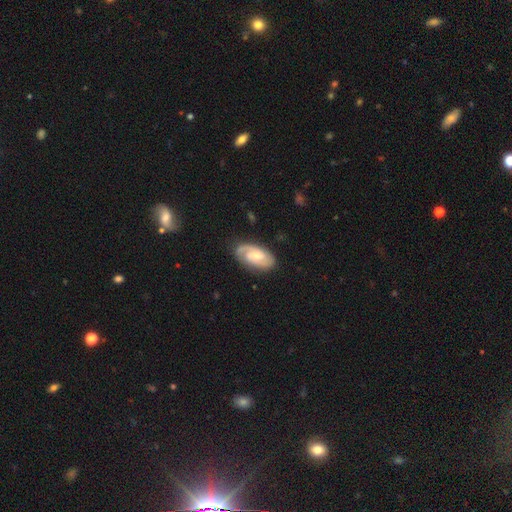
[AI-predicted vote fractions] A featured or disk galaxy (74%) with a weak bar (50%), 2 (64%) tight (47%) spiral arms (94%) and a moderate central bulge (46%).

Vote fractions:
- Smooth or featured? featured or disk: 74% / smooth: 21% / star or artifact: 5%
- Edge-on disk? no: 96% / yes: 4%
- Bar? weak: 50% / no: 38% / strong: 12%
- Spiral arms? yes: 94% / no: 6%
- Spiral winding? tight: 47% / medium: 39% / loose: 13%
- Spiral arm count? 2: 64% / 1: 18% / can't tell: 12% / 3: 3% / 4: 1% / more than 4: 1%
- Bulge size? moderate: 46% / small: 42% / none: 5% / large: 5% / dominant: 1%
- Merging? none: 78% / minor disturbance: 16% / major disturbance: 5% / merger: 1%